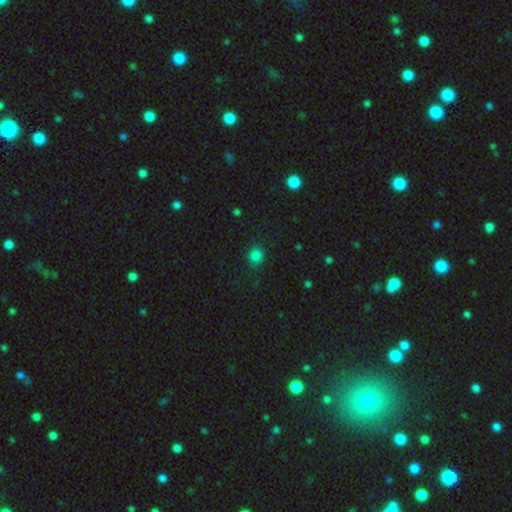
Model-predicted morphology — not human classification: Smooth or featured? Predicted: smooth (p=0.82). How rounded? Predicted: round (p=0.86). Merging? Predicted: none (p=0.87).